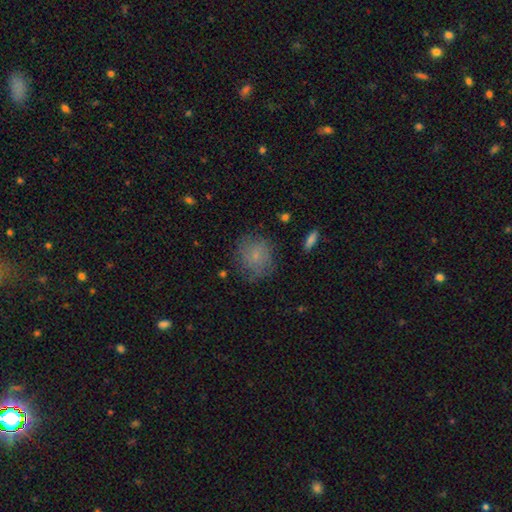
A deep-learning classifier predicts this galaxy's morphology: smooth_or_featured: smooth (p=0.68) [alt: featured or disk p=0.22]
how_rounded: round (p=0.81) [alt: in between p=0.18]
merging: none (p=0.70) [alt: minor disturbance p=0.20]